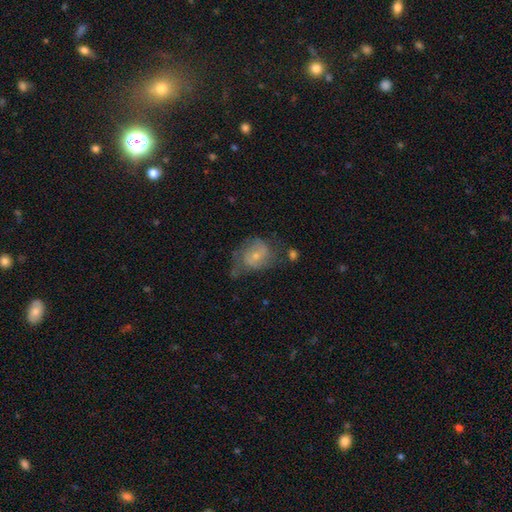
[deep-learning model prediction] Overall: featured or disk (53%; smooth 37%). Edge-on disk: no (97%). Bar: no (65%; weak 29%). Spiral arms: yes (67%; no 33%). Bulge size: small (63%; moderate 31%). Merging: none (42%; minor disturbance 30%).